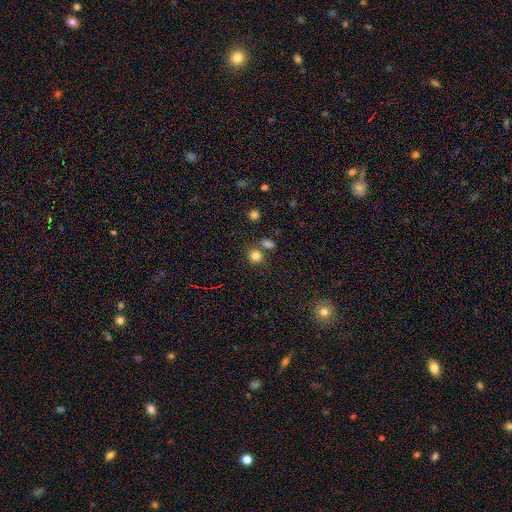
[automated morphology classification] A smooth galaxy with no disk features (82%) that is round (76%). Merging: none (70%).